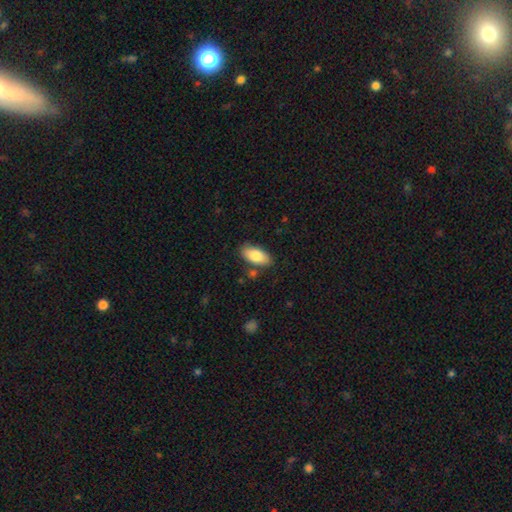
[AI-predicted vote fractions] Smooth or featured: smooth — 82% (featured or disk — 12%)
How rounded: in between — 90% (cigar-shaped — 8%)
Merging: none — 79% (minor disturbance — 13%)